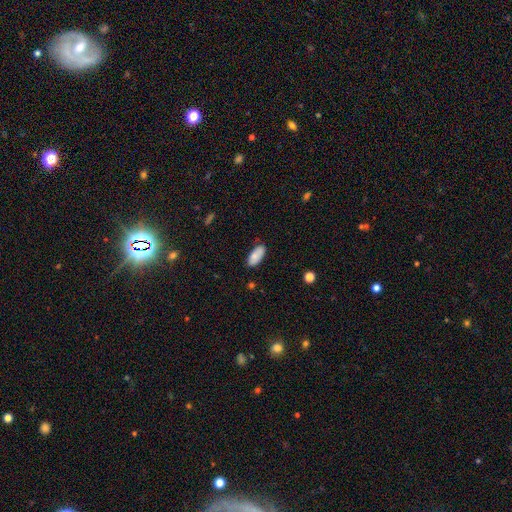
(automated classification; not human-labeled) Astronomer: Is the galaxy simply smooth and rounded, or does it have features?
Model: smooth — 82%.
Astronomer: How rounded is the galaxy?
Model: in between — 89%.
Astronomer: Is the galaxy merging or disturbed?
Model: none — 81%.